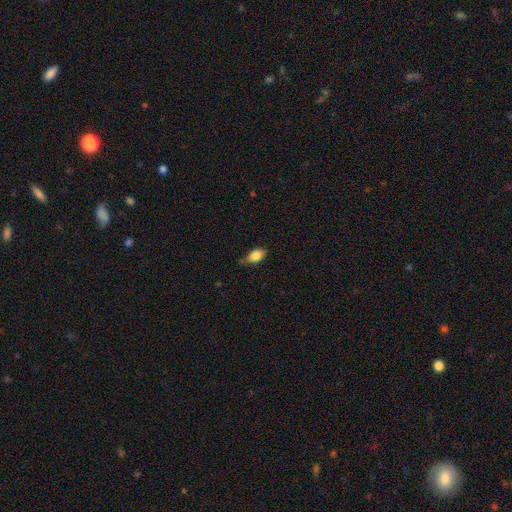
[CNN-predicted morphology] Q: Smooth or featured?
A: smooth (84%); runner-up: star or artifact (8%)
Q: How rounded?
A: in between (86%); runner-up: round (11%)
Q: Merging?
A: none (64%); runner-up: minor disturbance (29%)